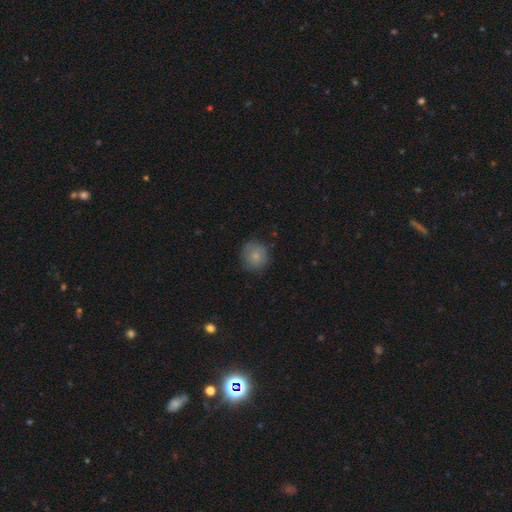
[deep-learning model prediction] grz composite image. It shows a smooth galaxy with no disk features (77%) that is round (91%). Merging: none (79%).